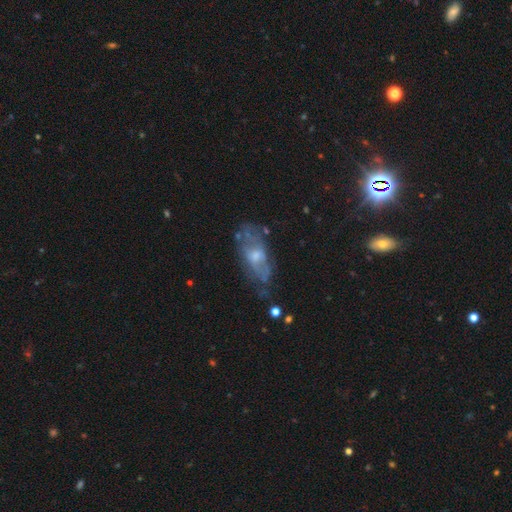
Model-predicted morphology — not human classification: The model was most divided on "bulge size": moderate: 50%, small: 39%, none: 6%, large: 4%, dominant: 1%. More confident: edge-on disk — no (86%); bar — no (68%); smooth or featured — featured or disk (61%); merging — none (59%); spiral arms — no (56%).